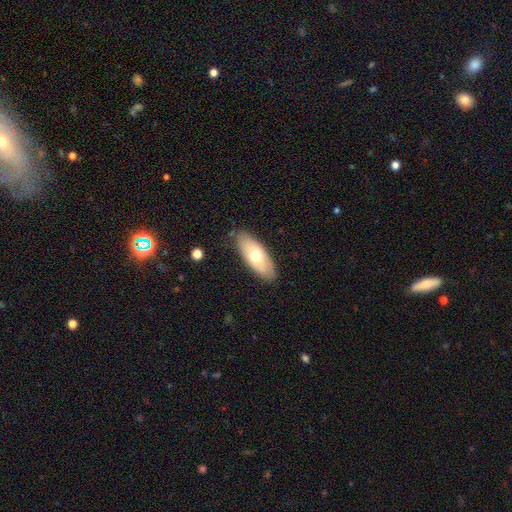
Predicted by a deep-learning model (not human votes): smooth-or-featured: smooth: 64% | featured or disk: 30% | star or artifact: 6%
  how-rounded: in between: 82% | cigar-shaped: 16% | round: 2%
  merging: none: 83% | minor disturbance: 13% | major disturbance: 3% | merger: 1%